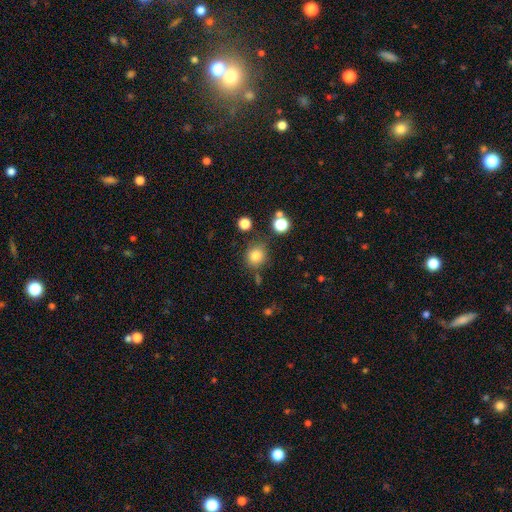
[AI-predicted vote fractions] Smooth or featured? smooth (80%)
How rounded? round (82%)
Merging? none (78%)